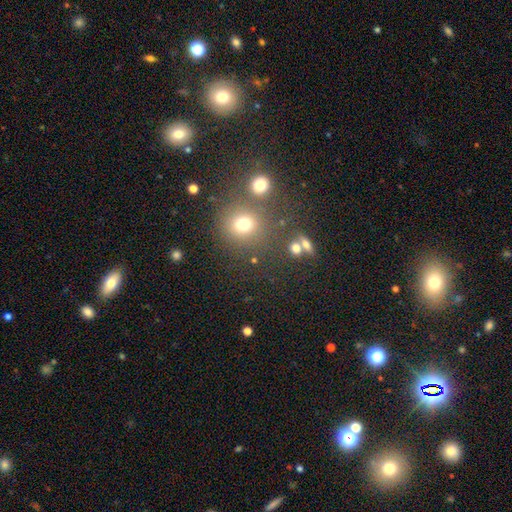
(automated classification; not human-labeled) Smooth or featured? smooth (57%)
How rounded? round (89%)
Merging? none (76%)